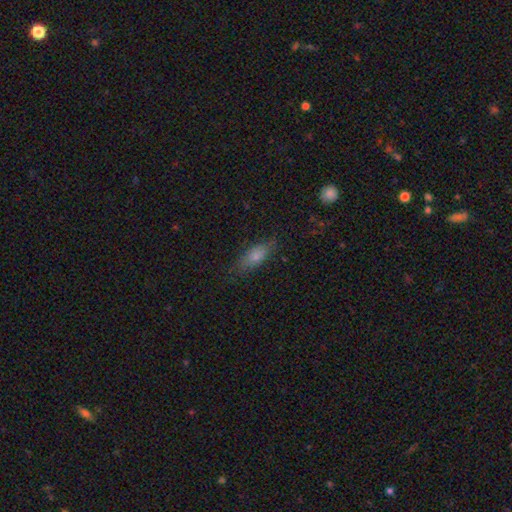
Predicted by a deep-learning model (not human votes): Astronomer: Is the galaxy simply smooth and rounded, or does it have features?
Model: smooth — 76%.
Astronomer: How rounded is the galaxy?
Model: in between — 77%.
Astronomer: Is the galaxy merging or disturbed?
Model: none — 71%.